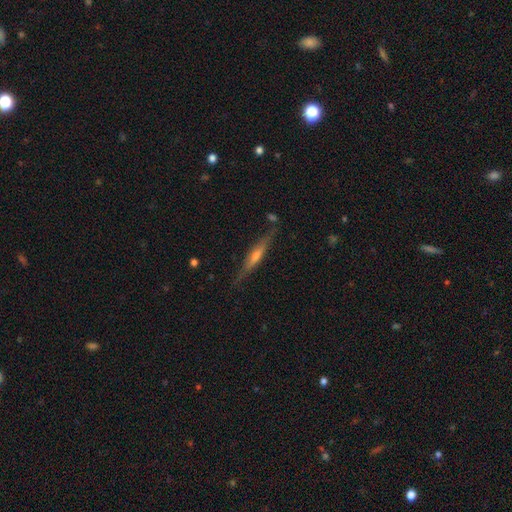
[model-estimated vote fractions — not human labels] Q: Smooth or featured?
A: featured or disk (64%); runner-up: smooth (29%)
Q: Edge-on disk?
A: yes (94%); runner-up: no (6%)
Q: Edge-on bulge?
A: rounded (66%); runner-up: none (22%)
Q: Merging?
A: none (81%); runner-up: minor disturbance (14%)